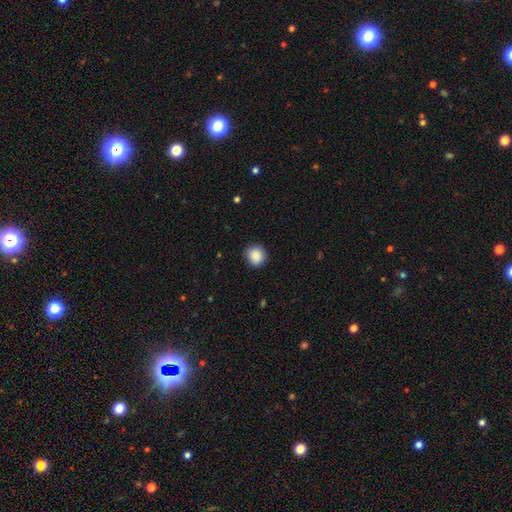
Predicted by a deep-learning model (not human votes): This appears to be a smooth galaxy with no disk features (89%) that is round (88%). Merging: none (89%).